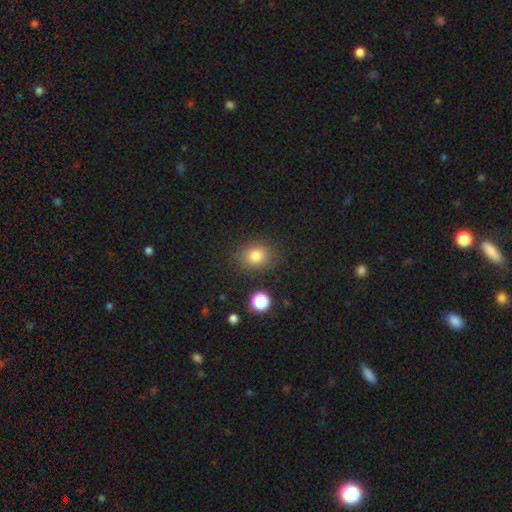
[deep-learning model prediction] smooth_or_featured: smooth (p=0.81) [alt: star or artifact p=0.13]
how_rounded: round (p=0.60) [alt: in between p=0.39]
merging: none (p=0.84) [alt: minor disturbance p=0.10]